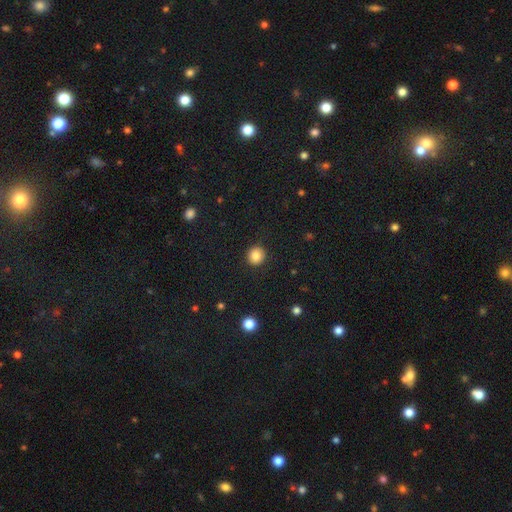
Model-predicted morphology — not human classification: Overall: smooth (86%). How rounded: round (90%). Merging: none (90%).